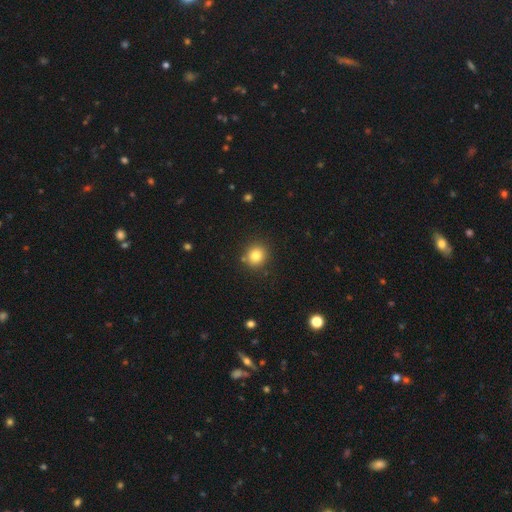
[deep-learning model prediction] Q: Smooth or featured?
A: smooth (81%); runner-up: star or artifact (12%)
Q: How rounded?
A: round (87%); runner-up: in between (12%)
Q: Merging?
A: none (86%); runner-up: minor disturbance (8%)